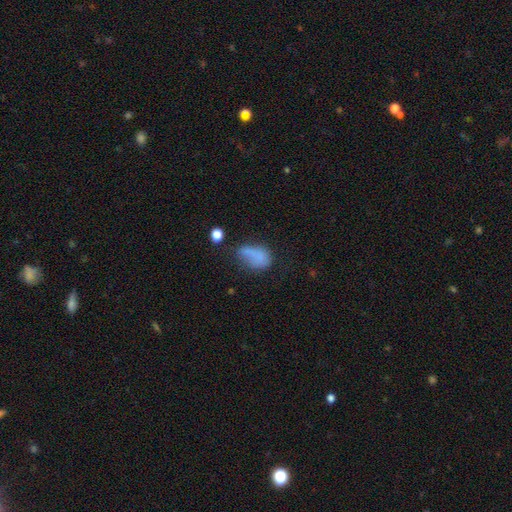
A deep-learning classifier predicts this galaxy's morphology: smooth_or_featured: smooth (p=0.71) [alt: featured or disk p=0.17]
how_rounded: in between (p=0.84) [alt: round p=0.12]
merging: none (p=0.34) [alt: minor disturbance p=0.30]